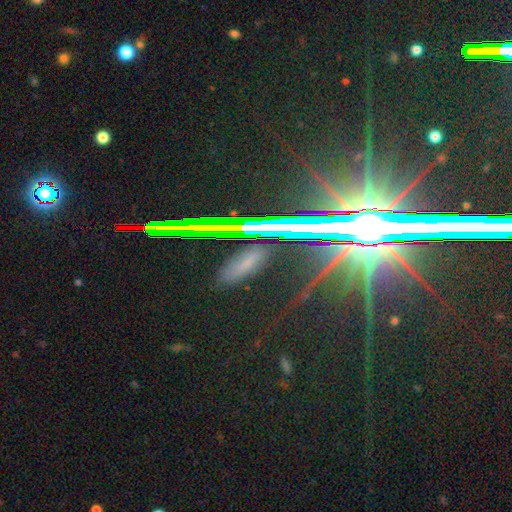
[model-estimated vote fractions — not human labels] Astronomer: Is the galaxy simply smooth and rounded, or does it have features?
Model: star or artifact — 67%.